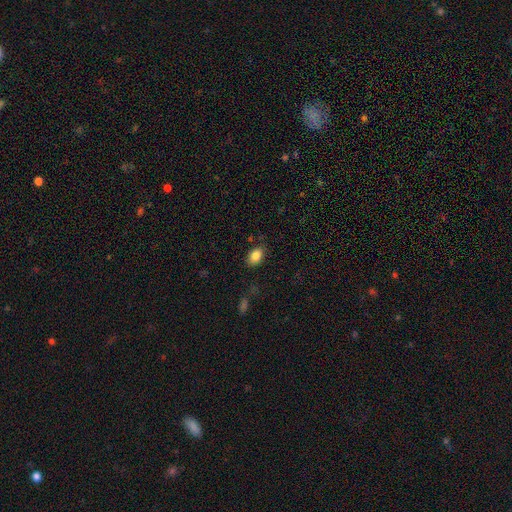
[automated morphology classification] Smooth or featured? smooth (85%)
How rounded? in between (80%)
Merging? none (83%)